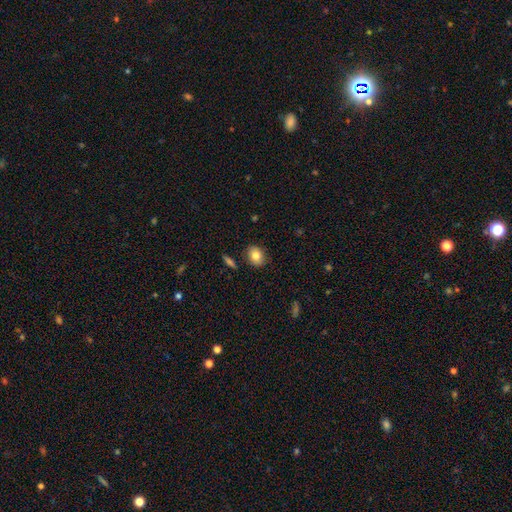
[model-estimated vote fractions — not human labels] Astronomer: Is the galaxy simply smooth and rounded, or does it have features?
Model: smooth — 81%.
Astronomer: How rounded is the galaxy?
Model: in between — 61% (runner-up: round, 38%).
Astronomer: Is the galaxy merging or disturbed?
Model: none — 86%.